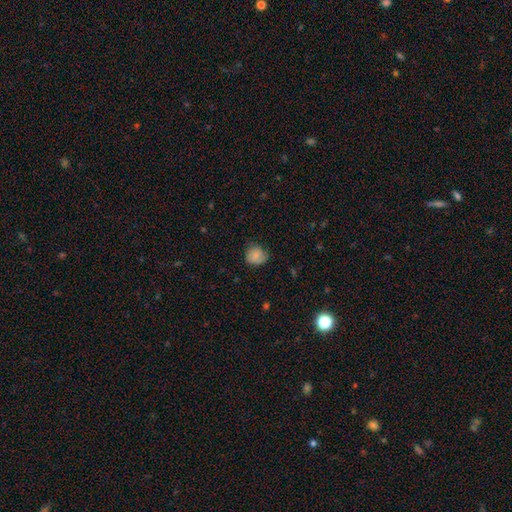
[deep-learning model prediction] The model was most divided on "merging": none: 62%, minor disturbance: 30%, major disturbance: 6%, merger: 1%. More confident: smooth or featured — smooth (78%); how rounded — round (72%).